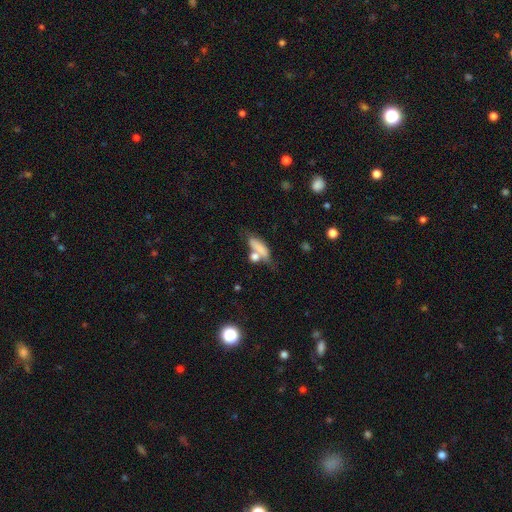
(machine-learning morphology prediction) This is likely a smooth galaxy (73%). How rounded: possibly in between (55%). Merging: marginally none (38%).